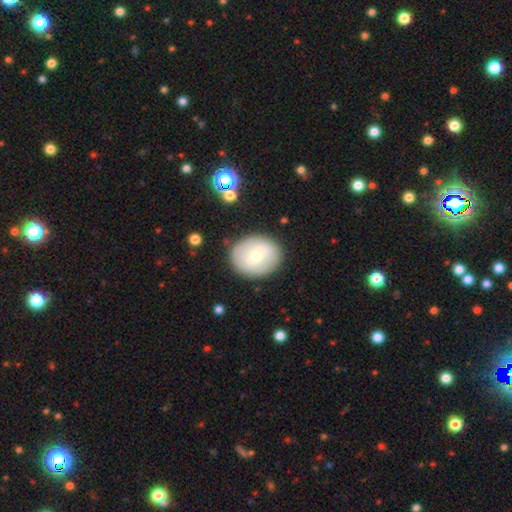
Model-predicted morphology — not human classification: Q: Smooth or featured?
A: smooth (57%); runner-up: featured or disk (35%)
Q: How rounded?
A: round (61%); runner-up: in between (38%)
Q: Merging?
A: none (84%); runner-up: minor disturbance (10%)